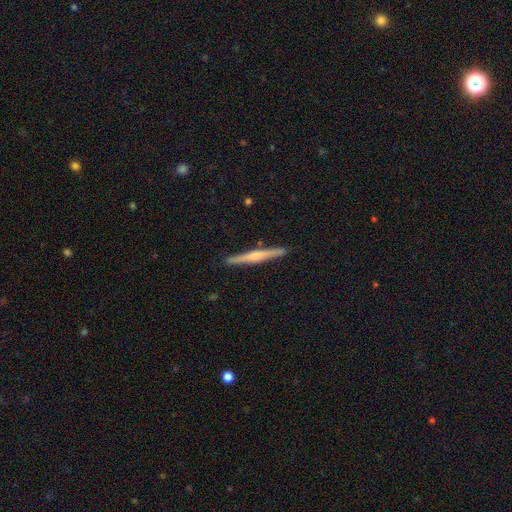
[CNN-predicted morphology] smooth-or-featured: featured or disk: 60% | smooth: 34% | star or artifact: 5%
  disk-edge-on: yes: 98% | no: 2%
    edge-on-bulge: rounded: 62% | none: 25% | boxy: 13%
  merging: none: 91% | minor disturbance: 6% | major disturbance: 1% | merger: 1%